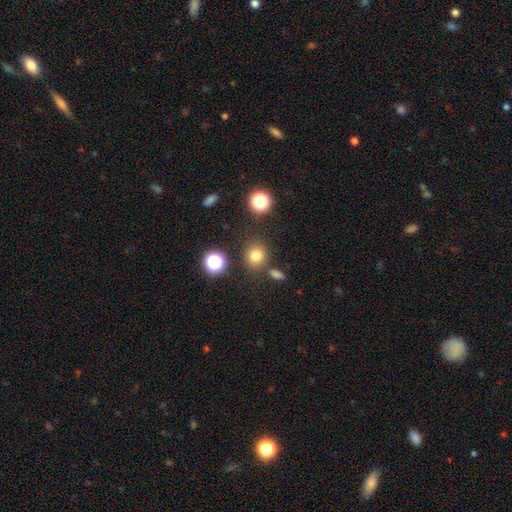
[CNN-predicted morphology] The model was most divided on "smooth or featured": smooth: 76%, star or artifact: 17%, featured or disk: 7%. More confident: how rounded — round (80%); merging — none (80%).